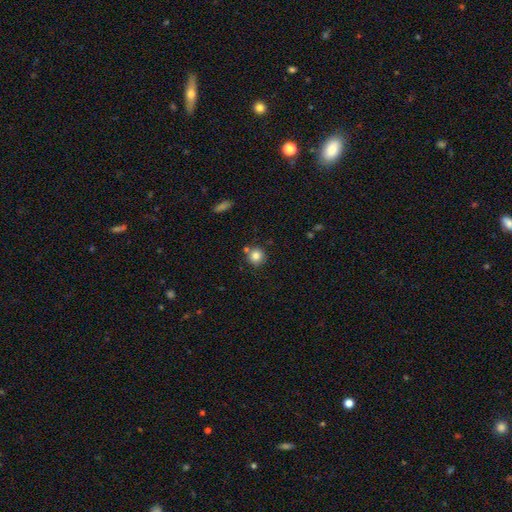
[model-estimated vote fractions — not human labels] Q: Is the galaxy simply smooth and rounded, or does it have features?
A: smooth — 83%.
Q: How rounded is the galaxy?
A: round — 92%.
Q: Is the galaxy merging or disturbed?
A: none — 75%.